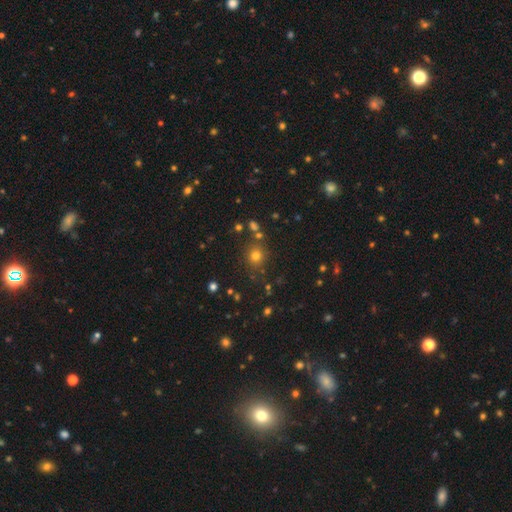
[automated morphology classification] Smooth or featured? Predicted: smooth (p=0.72). How rounded? Predicted: round (p=0.86). Merging? Predicted: none (p=0.81).